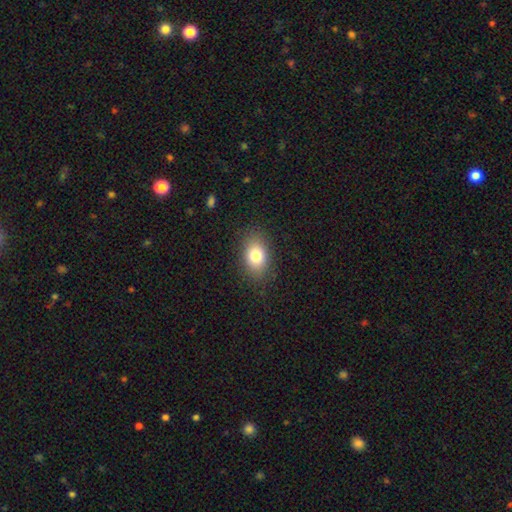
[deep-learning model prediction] Smooth or featured? Predicted: smooth (p=0.80). How rounded? Predicted: in between (p=0.83). Merging? Predicted: none (p=0.85).